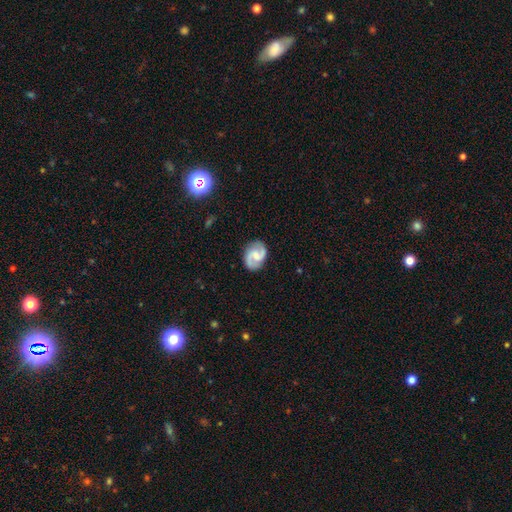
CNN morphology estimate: This is clearly a featured or disk galaxy (86%). It is clearly not viewed edge-on (98%). Bar: possibly weak (50%). Spiral arm pattern: clearly yes (97%). Spiral arm count: clearly 2 (93%). Spiral winding: possibly medium (55%). Central bulge: marginally small (35%). Merging: clearly none (85%).